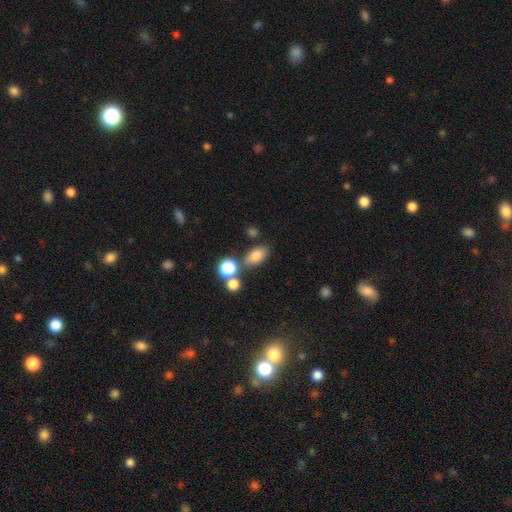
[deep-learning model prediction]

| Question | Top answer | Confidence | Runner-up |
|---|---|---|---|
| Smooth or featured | smooth | 80% | star or artifact (12%) |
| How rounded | in between | 84% | round (12%) |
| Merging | none | 68% | merger (14%) |